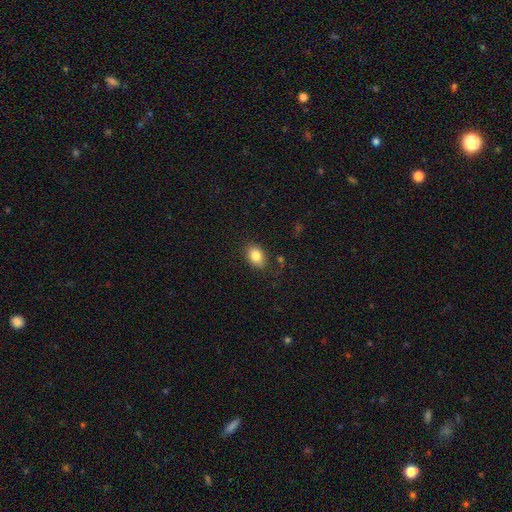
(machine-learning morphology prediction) A smooth galaxy with no disk features (84%) that is in between round and cigar-shaped (76%).

Vote fractions:
- Smooth or featured? smooth: 84% / star or artifact: 9% / featured or disk: 8%
- How rounded? in between: 76% / round: 22% / cigar-shaped: 1%
- Merging? none: 81% / minor disturbance: 14% / major disturbance: 4% / merger: 2%